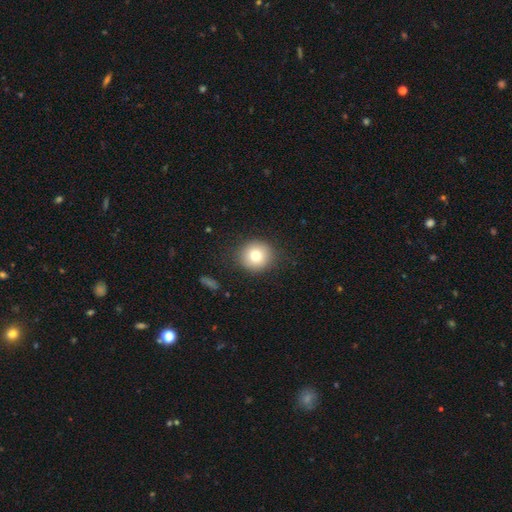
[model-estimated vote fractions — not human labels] Smooth or featured: smooth — 78% (featured or disk — 11%)
How rounded: round — 92% (in between — 7%)
Merging: none — 88% (minor disturbance — 8%)